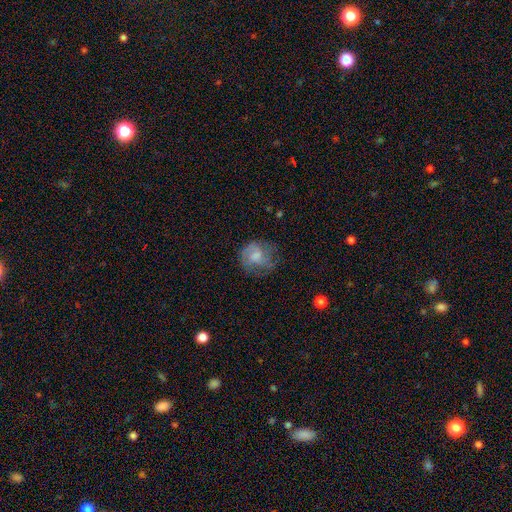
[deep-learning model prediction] smooth 52%, featured or disk 39%, star or artifact 9%. Down the decision tree: how rounded — round (74%); merging — none (54%).